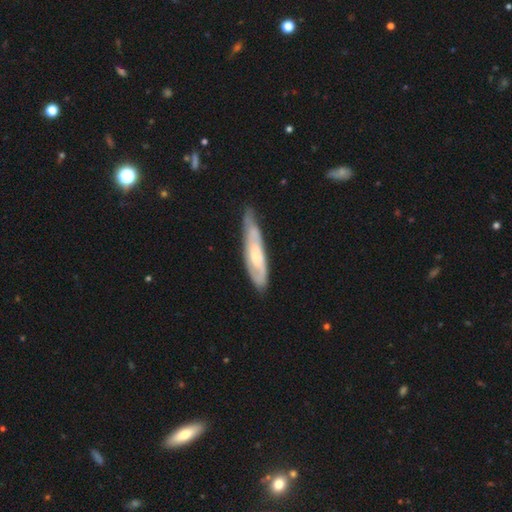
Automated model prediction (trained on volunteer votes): Smooth or featured: featured or disk — 59% (smooth — 36%)
Edge-on disk: no — 61% (yes — 39%)
Merging: none — 57% (minor disturbance — 32%)